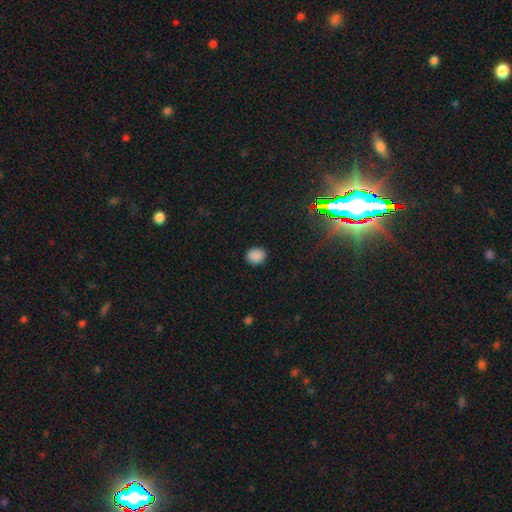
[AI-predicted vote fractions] A smooth galaxy with no disk features (87%) that is round (57%). Merging: none (88%).